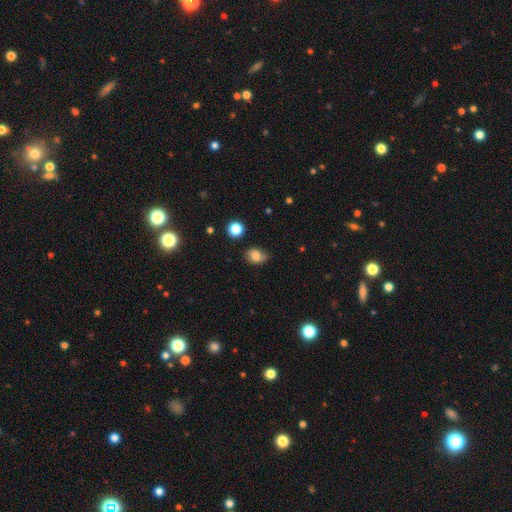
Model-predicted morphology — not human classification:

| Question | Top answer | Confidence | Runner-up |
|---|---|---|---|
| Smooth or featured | smooth | 79% | star or artifact (12%) |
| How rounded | in between | 53% | round (45%) |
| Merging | none | 64% | minor disturbance (27%) |